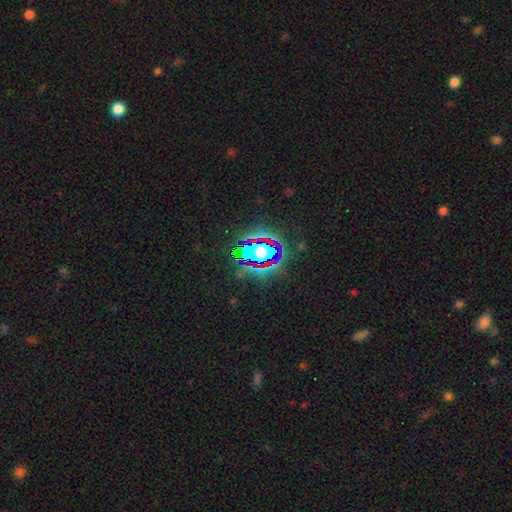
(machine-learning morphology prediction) This is likely a star or artifact rather than a galaxy (78%).